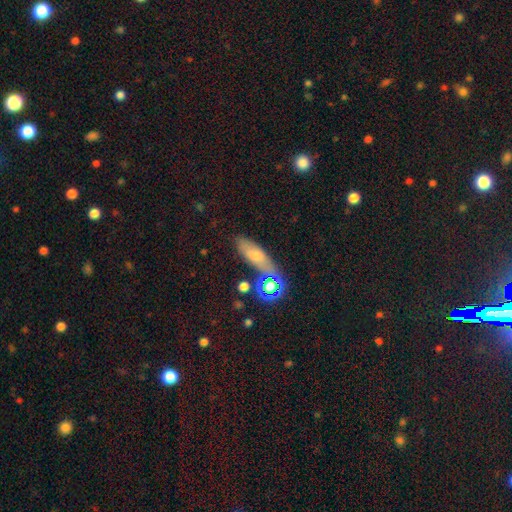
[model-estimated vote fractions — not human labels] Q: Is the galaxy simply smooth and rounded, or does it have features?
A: smooth — 51%.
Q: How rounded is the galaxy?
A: in between — 53%.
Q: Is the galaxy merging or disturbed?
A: none — 68%.